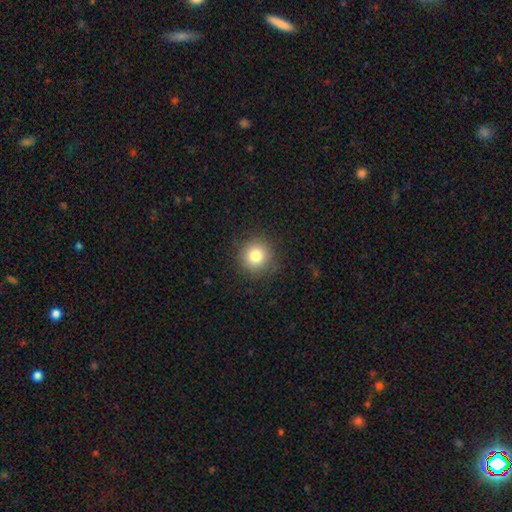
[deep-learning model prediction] Morphology: type=smooth (80%); roundness=round (94%); merging=none (89%).